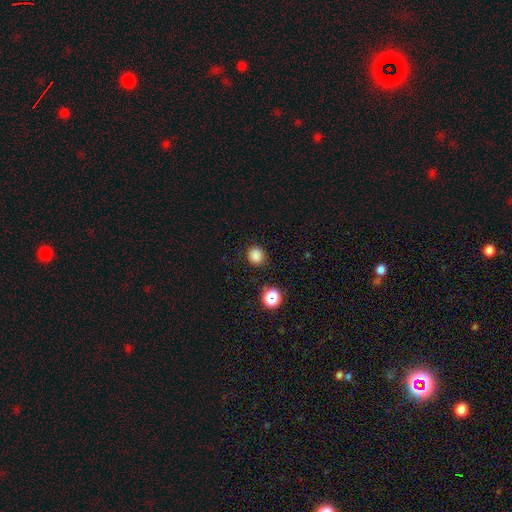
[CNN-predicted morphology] Smooth or featured: smooth — 83% (star or artifact — 14%)
How rounded: round — 83% (in between — 16%)
Merging: none — 87% (minor disturbance — 8%)